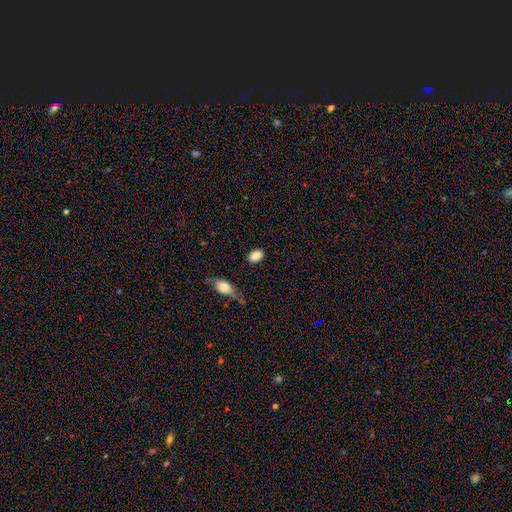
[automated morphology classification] smooth-or-featured: smooth: 87% | star or artifact: 8% | featured or disk: 5%
  how-rounded: in between: 84% | round: 14% | cigar-shaped: 2%
  merging: none: 84% | minor disturbance: 11% | major disturbance: 3% | merger: 2%